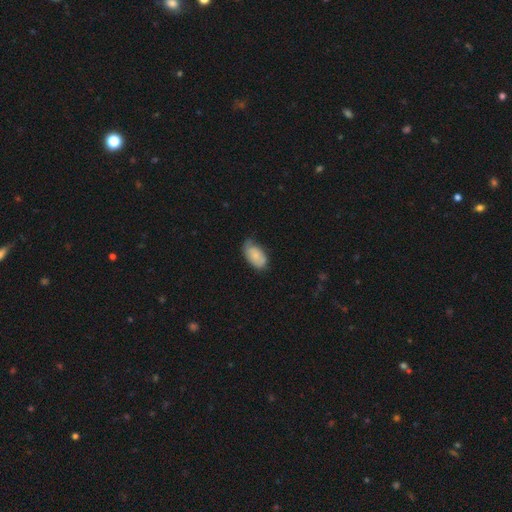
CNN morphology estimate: Q: Smooth or featured?
A: smooth (77%); runner-up: featured or disk (17%)
Q: How rounded?
A: in between (94%); runner-up: round (4%)
Q: Merging?
A: none (57%); runner-up: minor disturbance (34%)